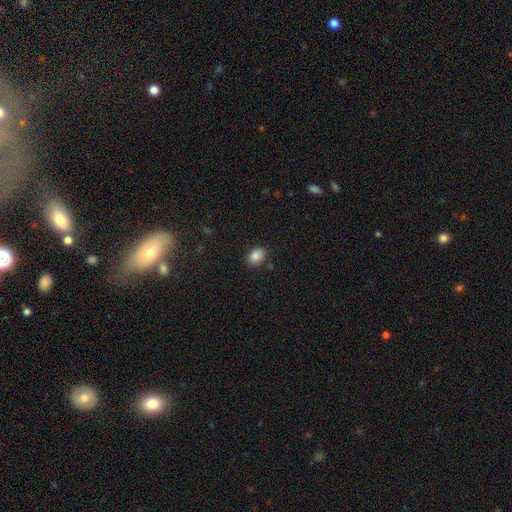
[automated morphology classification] Overall: smooth (86%). How rounded: in between (78%). Merging: none (84%).